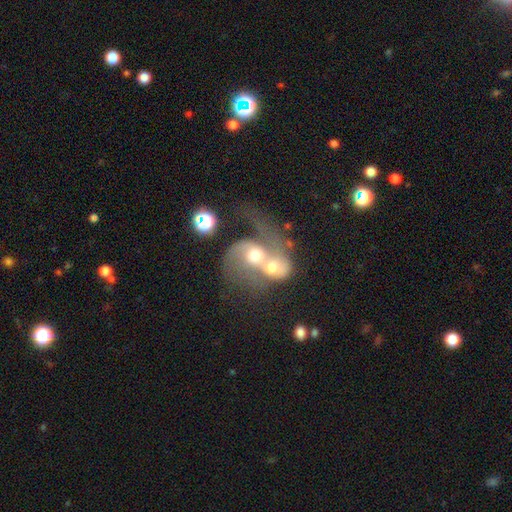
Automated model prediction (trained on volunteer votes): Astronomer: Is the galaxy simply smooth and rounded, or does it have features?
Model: featured or disk — 62%.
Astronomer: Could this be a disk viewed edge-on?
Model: no — 97%.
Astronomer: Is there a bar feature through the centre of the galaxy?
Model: no — 73%.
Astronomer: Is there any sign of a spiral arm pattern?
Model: yes — 73%.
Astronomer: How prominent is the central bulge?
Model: moderate — 61%.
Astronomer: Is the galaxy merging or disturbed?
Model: merger — 80%.